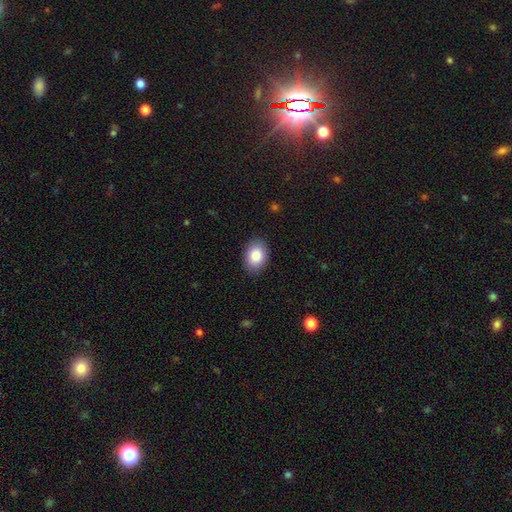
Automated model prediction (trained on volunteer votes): This appears to be a smooth galaxy with no disk features (85%) that is in between round and cigar-shaped (78%). Merging: none (88%).